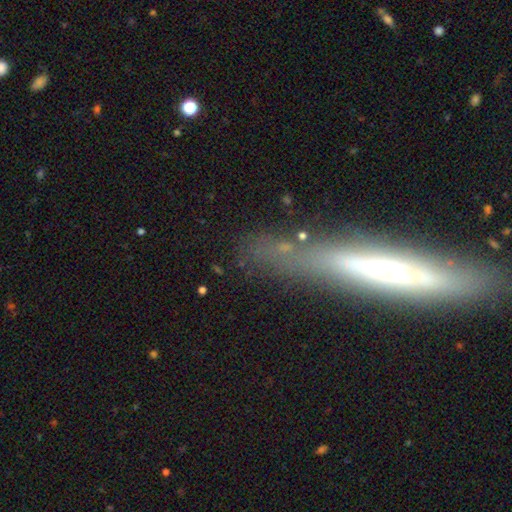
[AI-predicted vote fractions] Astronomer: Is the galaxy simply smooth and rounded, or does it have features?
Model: featured or disk — 51% (runner-up: smooth, 34%).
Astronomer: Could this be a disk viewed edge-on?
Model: yes — 70%.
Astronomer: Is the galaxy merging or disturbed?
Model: none — 56%.